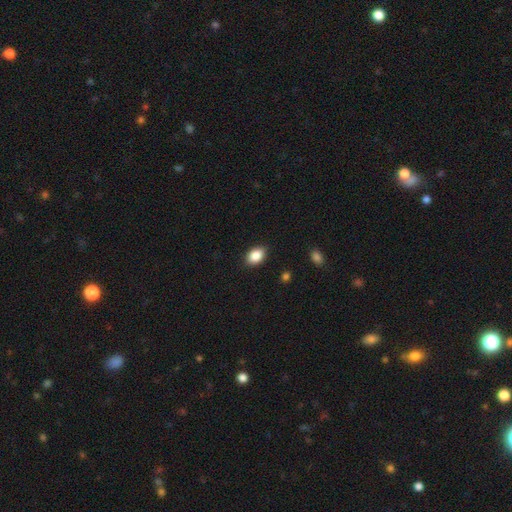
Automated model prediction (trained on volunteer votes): Smooth or featured: smooth — 87% (star or artifact — 8%)
How rounded: in between — 84% (round — 15%)
Merging: none — 87% (minor disturbance — 10%)